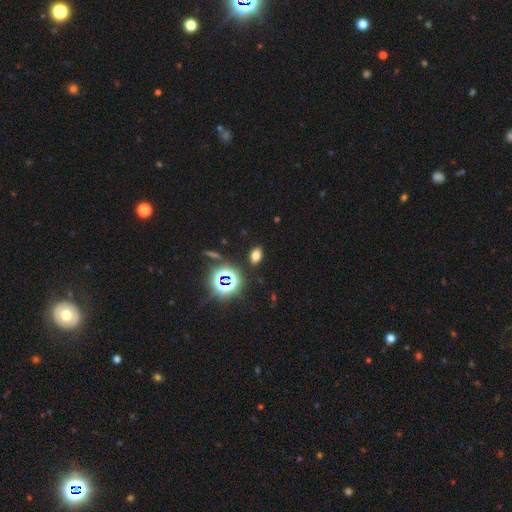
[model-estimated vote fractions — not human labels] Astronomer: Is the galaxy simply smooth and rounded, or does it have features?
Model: smooth — 64%.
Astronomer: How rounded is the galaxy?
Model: in between — 83%.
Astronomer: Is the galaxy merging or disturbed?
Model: none — 88%.